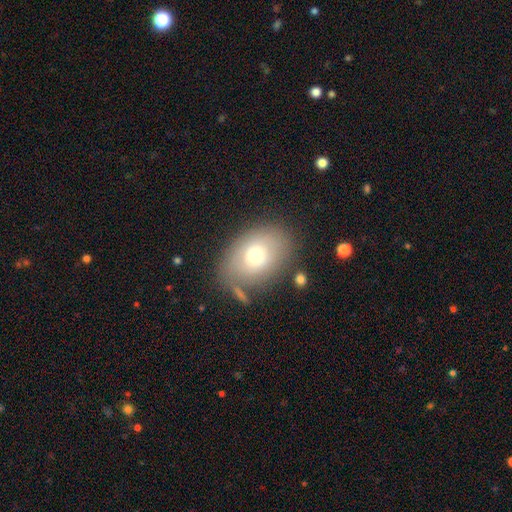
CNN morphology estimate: Q: Smooth or featured?
A: smooth (69%); runner-up: featured or disk (21%)
Q: How rounded?
A: in between (73%); runner-up: round (26%)
Q: Merging?
A: none (72%); runner-up: minor disturbance (16%)